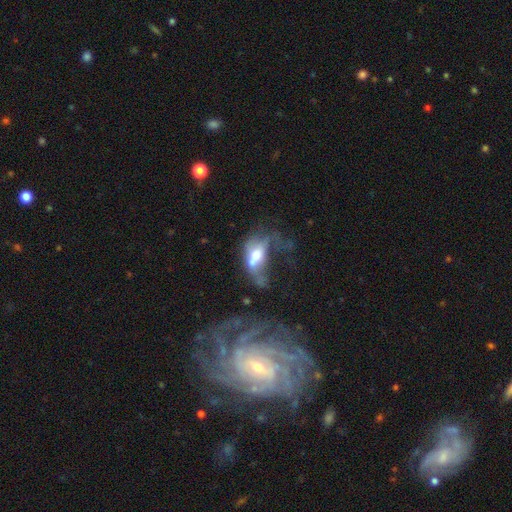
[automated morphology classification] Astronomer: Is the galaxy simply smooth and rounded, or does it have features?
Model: featured or disk — 46% (runner-up: smooth, 43%).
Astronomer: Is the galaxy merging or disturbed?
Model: major disturbance — 49%.